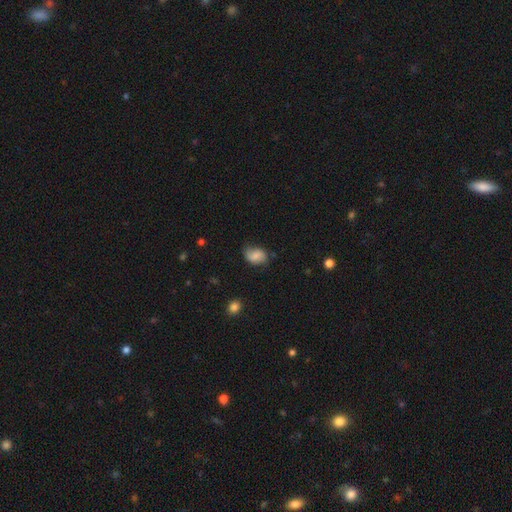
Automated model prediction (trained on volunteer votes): This appears to be a smooth galaxy with no disk features (66%) that is in between round and cigar-shaped (79%). Merging: none (60%).